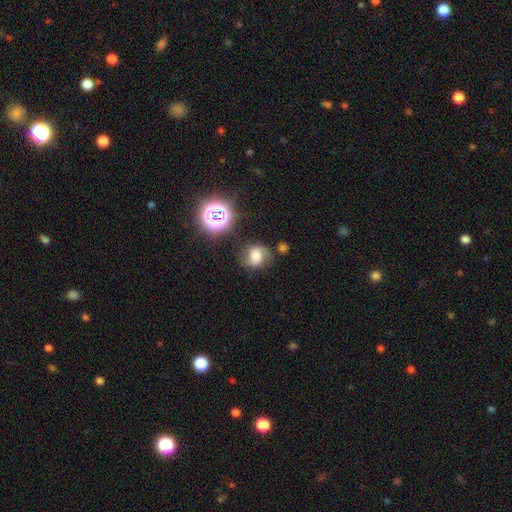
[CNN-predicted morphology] smooth 42%, featured or disk 40%, star or artifact 18%. Down the decision tree: merging — none (67%).